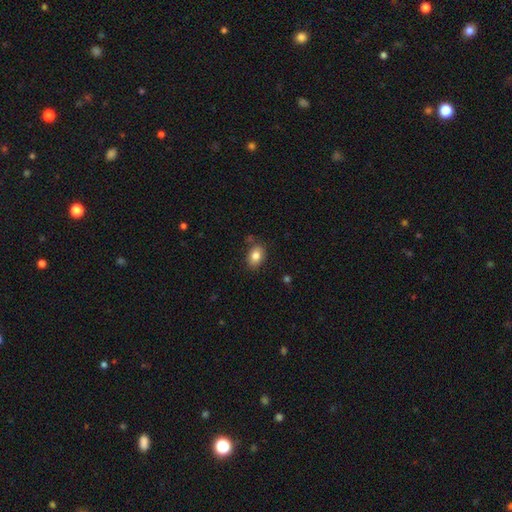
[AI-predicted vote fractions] Q: Smooth or featured?
A: smooth (83%); runner-up: star or artifact (9%)
Q: How rounded?
A: in between (77%); runner-up: round (22%)
Q: Merging?
A: none (78%); runner-up: minor disturbance (15%)